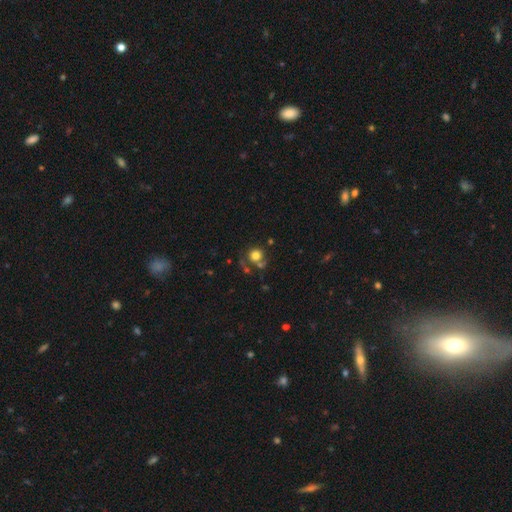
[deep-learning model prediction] smooth_or_featured: smooth (p=0.75) [alt: star or artifact p=0.13]
how_rounded: round (p=0.86) [alt: in between p=0.13]
merging: none (p=0.56) [alt: merger p=0.21]